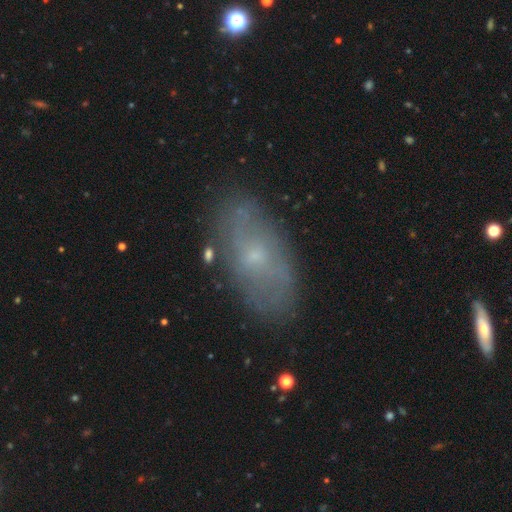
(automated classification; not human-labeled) This is possibly a featured or disk galaxy (49%). Merging: clearly none (80%).